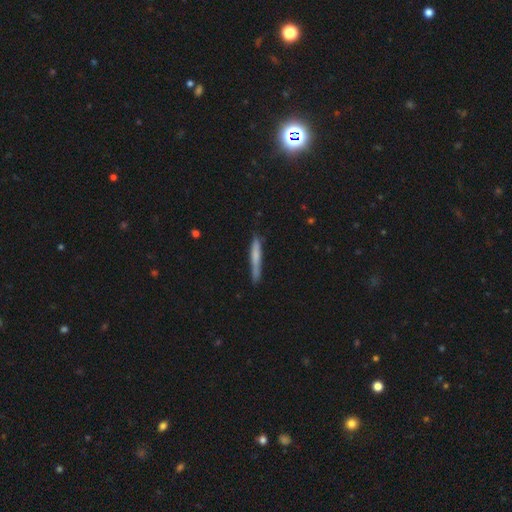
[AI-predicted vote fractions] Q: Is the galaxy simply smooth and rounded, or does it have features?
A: smooth — 63%.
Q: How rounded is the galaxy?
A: cigar-shaped — 95%.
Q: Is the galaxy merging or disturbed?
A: none — 82%.